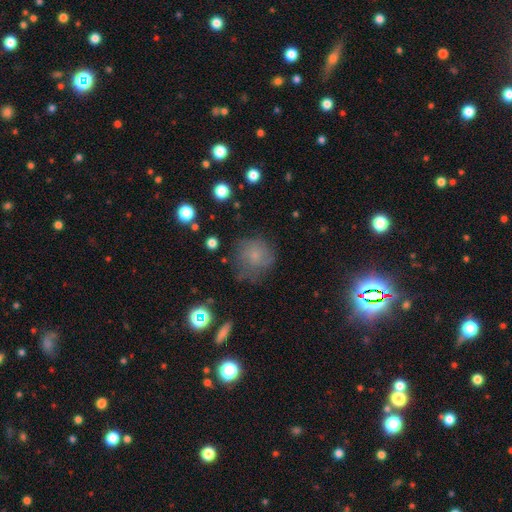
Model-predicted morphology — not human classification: Q: Smooth or featured?
A: smooth (58%); runner-up: featured or disk (24%)
Q: How rounded?
A: round (87%); runner-up: in between (12%)
Q: Merging?
A: none (64%); runner-up: minor disturbance (22%)